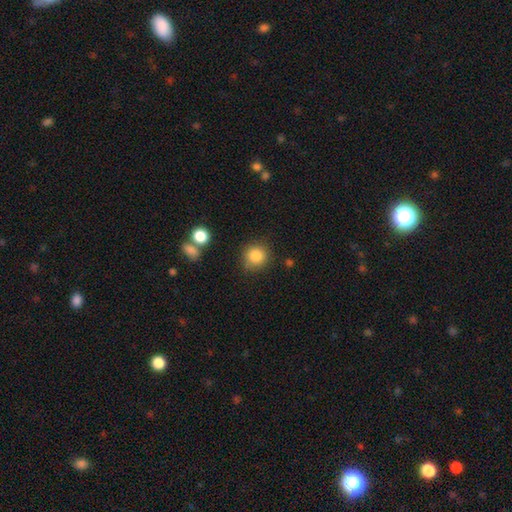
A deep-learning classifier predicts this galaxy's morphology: A smooth galaxy with no disk features (84%) that is round (88%).

Vote fractions:
- Smooth or featured? smooth: 84% / star or artifact: 10% / featured or disk: 5%
- How rounded? round: 88% / in between: 11% / cigar-shaped: 1%
- Merging? none: 80% / minor disturbance: 12% / merger: 4% / major disturbance: 3%